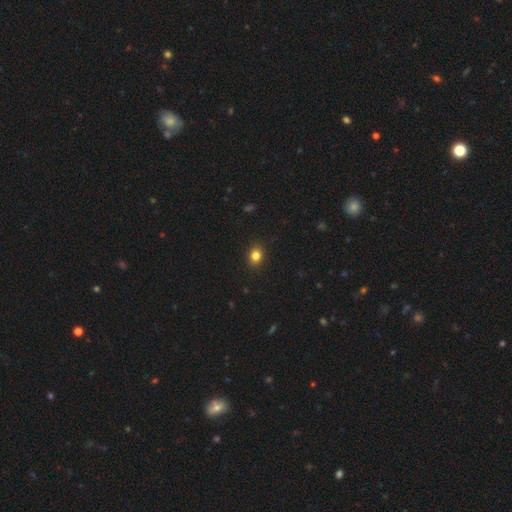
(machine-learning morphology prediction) Smooth or featured?
  - smooth: 83% *
  - star or artifact: 12%
  - featured or disk: 5%
How rounded?
  - round: 57% *
  - in between: 42%
  - cigar-shaped: 1%
Merging?
  - none: 90% *
  - minor disturbance: 7%
  - major disturbance: 2%
  - merger: 1%